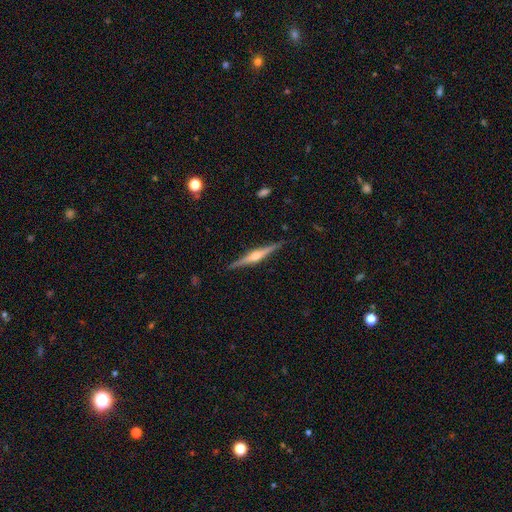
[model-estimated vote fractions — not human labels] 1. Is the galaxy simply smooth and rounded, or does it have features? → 80% featured or disk, 15% smooth, 5% star or artifact.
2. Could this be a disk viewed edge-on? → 98% yes, 2% no.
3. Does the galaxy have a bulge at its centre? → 89% rounded, 6% boxy, 4% none.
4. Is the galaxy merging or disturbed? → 90% none, 8% minor disturbance, 1% major disturbance, 1% merger.